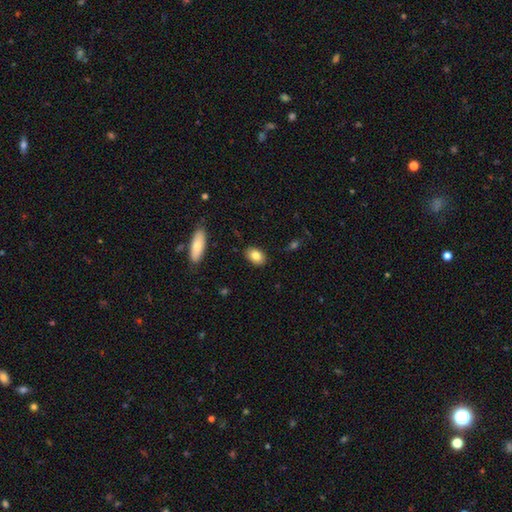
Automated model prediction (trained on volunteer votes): Smooth or featured? smooth (81%)
How rounded? in between (85%)
Merging? none (86%)